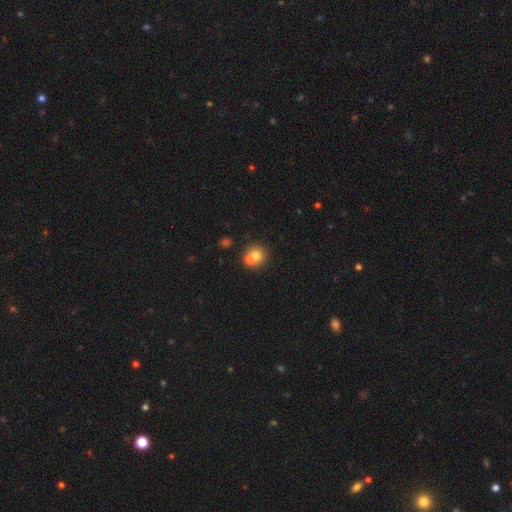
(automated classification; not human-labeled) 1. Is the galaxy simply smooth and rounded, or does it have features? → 70% smooth, 18% featured or disk, 12% star or artifact.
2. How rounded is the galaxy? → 86% round, 13% in between, 1% cigar-shaped.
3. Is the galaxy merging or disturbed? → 46% none, 45% merger, 6% minor disturbance, 2% major disturbance.